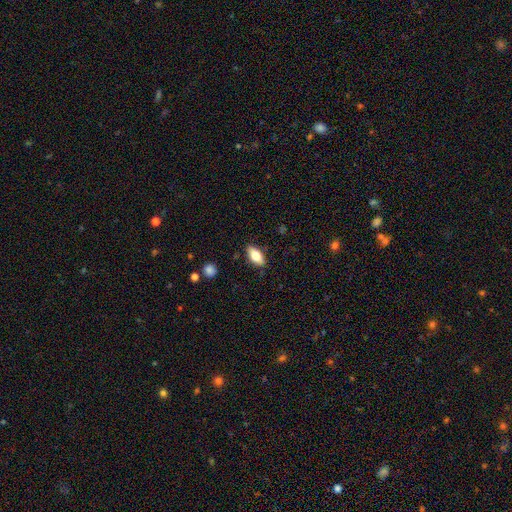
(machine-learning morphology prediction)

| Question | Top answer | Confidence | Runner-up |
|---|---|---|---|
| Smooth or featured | smooth | 74% | featured or disk (19%) |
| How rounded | in between | 87% | cigar-shaped (10%) |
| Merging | none | 86% | minor disturbance (10%) |